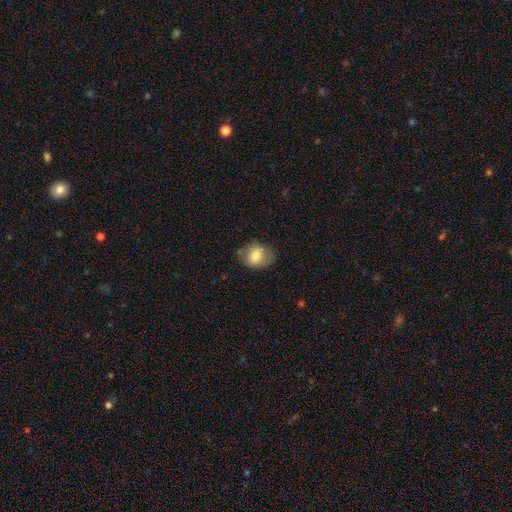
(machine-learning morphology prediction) Smooth or featured: smooth — 73% (featured or disk — 19%)
How rounded: in between — 56% (round — 43%)
Merging: none — 64% (minor disturbance — 25%)